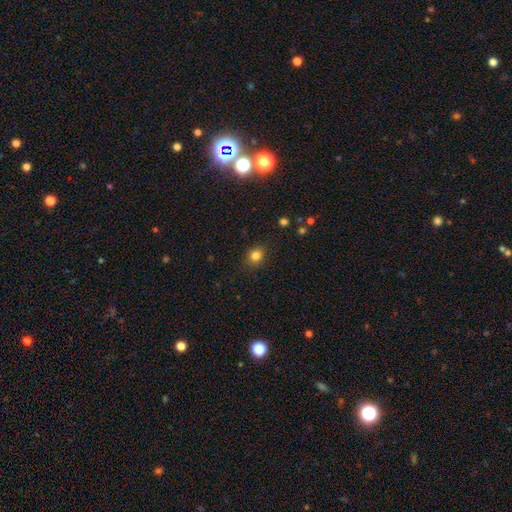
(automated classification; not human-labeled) Smooth or featured?
  - smooth: 83% *
  - star or artifact: 12%
  - featured or disk: 5%
How rounded?
  - round: 69% *
  - in between: 30%
  - cigar-shaped: 1%
Merging?
  - none: 87% *
  - minor disturbance: 10%
  - major disturbance: 3%
  - merger: 1%